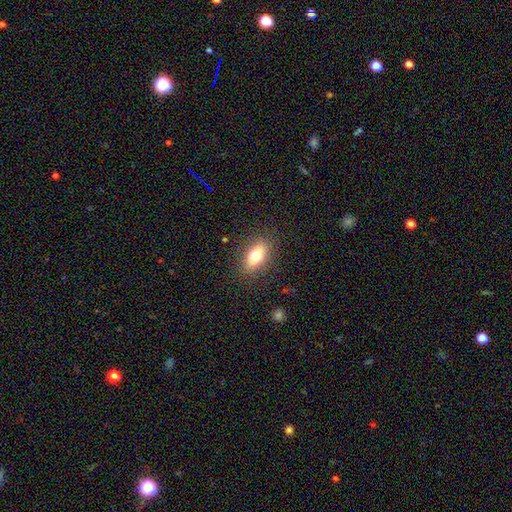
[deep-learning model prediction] Q: Smooth or featured?
A: smooth (74%); runner-up: featured or disk (18%)
Q: How rounded?
A: in between (83%); runner-up: cigar-shaped (10%)
Q: Merging?
A: none (85%); runner-up: minor disturbance (10%)